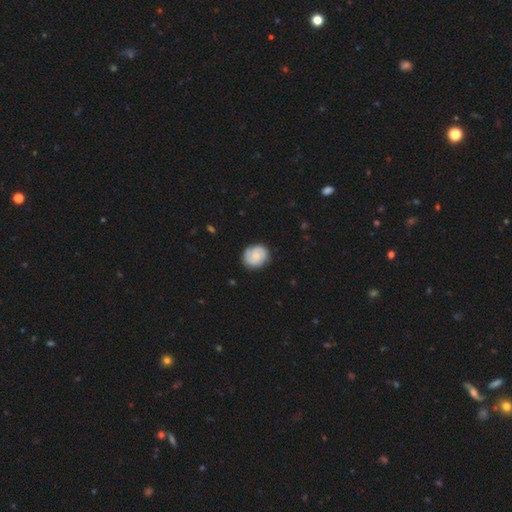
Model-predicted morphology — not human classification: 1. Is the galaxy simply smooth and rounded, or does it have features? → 54% featured or disk, 39% smooth, 7% star or artifact.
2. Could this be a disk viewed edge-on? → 98% no, 2% yes.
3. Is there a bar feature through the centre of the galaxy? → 65% no, 31% weak, 5% strong.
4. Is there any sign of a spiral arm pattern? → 93% yes, 7% no.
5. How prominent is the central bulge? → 49% small, 26% moderate, 20% none, 4% large, 1% dominant.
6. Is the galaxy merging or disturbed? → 83% none, 12% minor disturbance, 3% major disturbance, 1% merger.